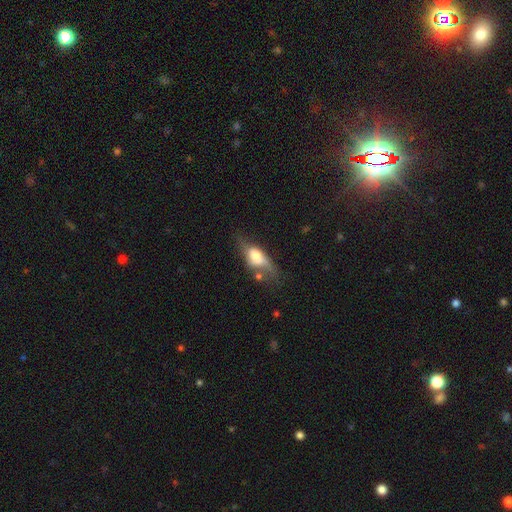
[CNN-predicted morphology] This is possibly a smooth galaxy (48%). Merging: marginally none (37%).